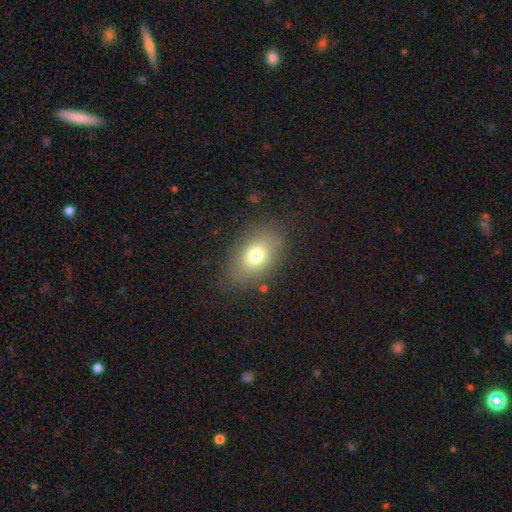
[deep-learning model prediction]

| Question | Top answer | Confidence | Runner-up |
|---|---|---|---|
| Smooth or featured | smooth | 74% | featured or disk (14%) |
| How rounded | in between | 79% | round (19%) |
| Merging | none | 80% | minor disturbance (13%) |